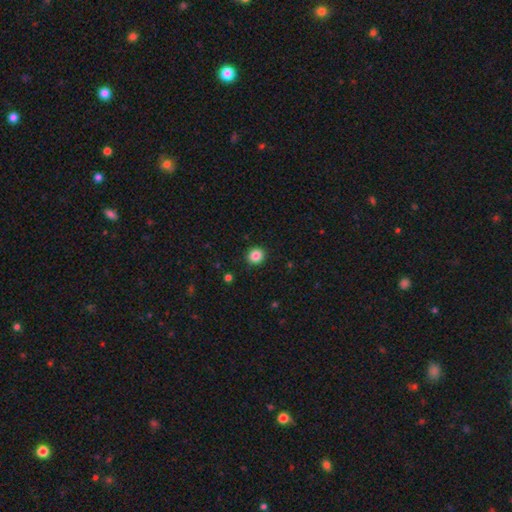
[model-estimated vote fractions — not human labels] Smooth or featured? Predicted: smooth (p=0.86). How rounded? Predicted: round (p=0.89). Merging? Predicted: none (p=0.92).